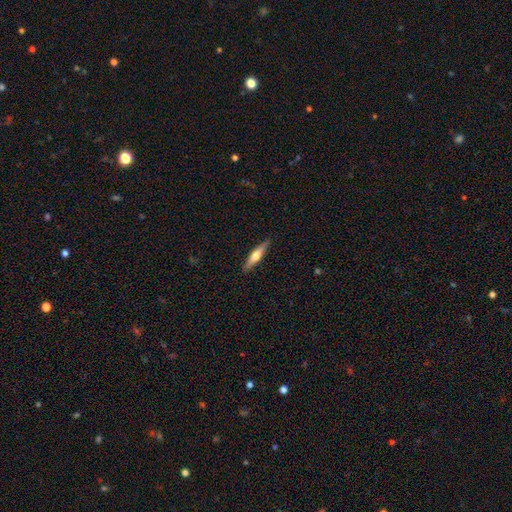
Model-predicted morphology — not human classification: smooth_or_featured: featured or disk (p=0.52) [alt: smooth p=0.43]
disk_edge_on: yes (p=0.96) [alt: no p=0.04]
merging: none (p=0.90) [alt: minor disturbance p=0.07]